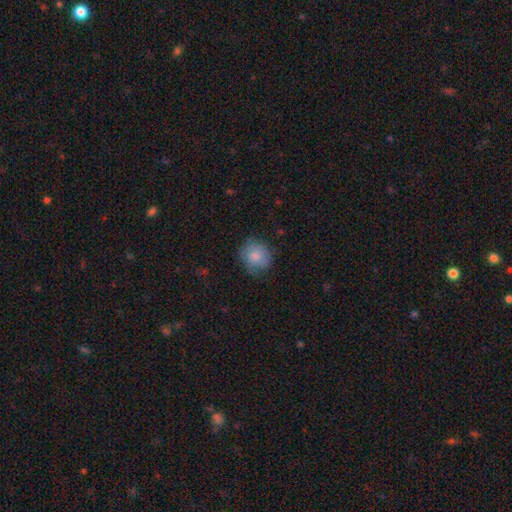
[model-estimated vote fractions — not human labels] smooth 79%, featured or disk 14%, star or artifact 8%. Down the decision tree: how rounded — round (84%); merging — none (71%).